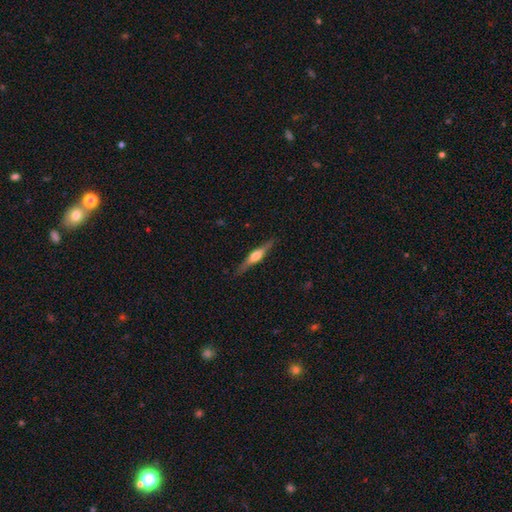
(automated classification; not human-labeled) Q: Smooth or featured?
A: featured or disk (66%); runner-up: smooth (28%)
Q: Edge-on disk?
A: yes (97%); runner-up: no (3%)
Q: Edge-on bulge?
A: rounded (84%); runner-up: boxy (12%)
Q: Merging?
A: none (87%); runner-up: minor disturbance (10%)